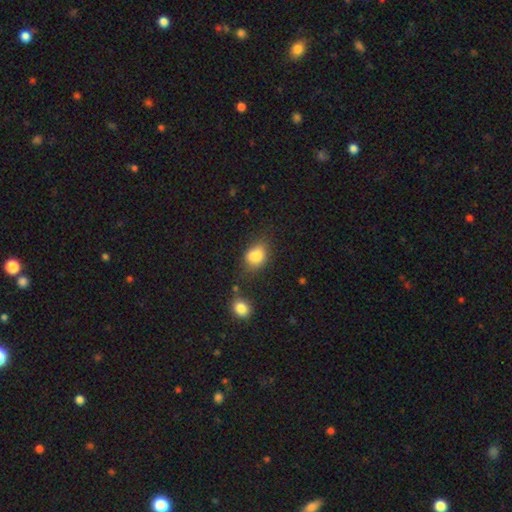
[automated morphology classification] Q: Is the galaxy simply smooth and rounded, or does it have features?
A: smooth — 83%.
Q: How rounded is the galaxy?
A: in between — 64%.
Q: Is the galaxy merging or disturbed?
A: none — 54%.